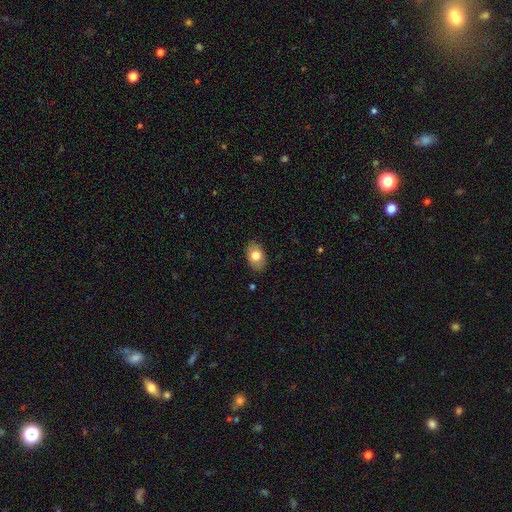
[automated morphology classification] Smooth or featured? Predicted: smooth (p=0.79). How rounded? Predicted: in between (p=0.85). Merging? Predicted: none (p=0.86).